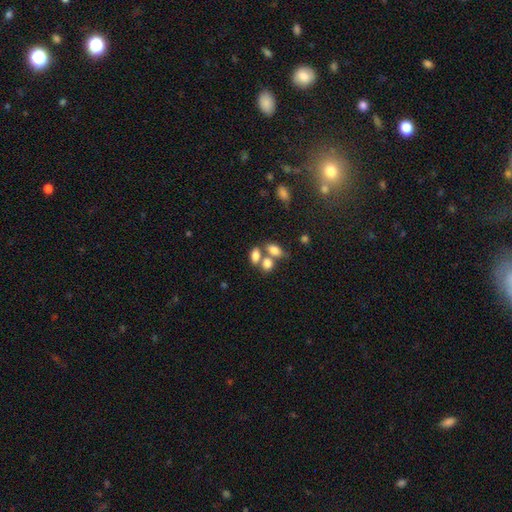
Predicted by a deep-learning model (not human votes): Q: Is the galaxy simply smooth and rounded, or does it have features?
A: smooth — 77%.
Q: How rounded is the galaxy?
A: in between — 84%.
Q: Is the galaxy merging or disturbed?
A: merger — 47%.